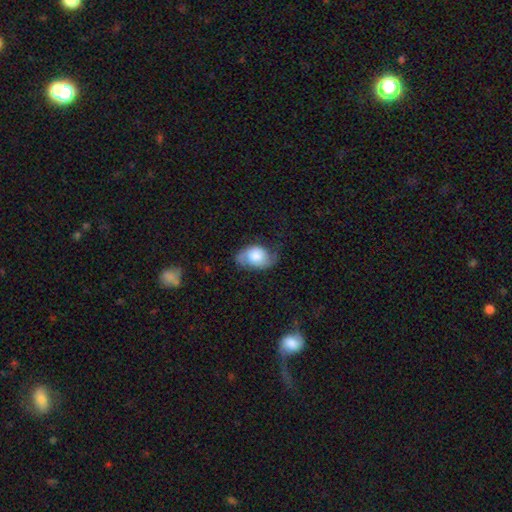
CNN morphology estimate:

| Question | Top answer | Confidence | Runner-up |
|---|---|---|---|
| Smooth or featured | featured or disk | 50% | smooth (43%) |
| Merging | none | 54% | minor disturbance (29%) |